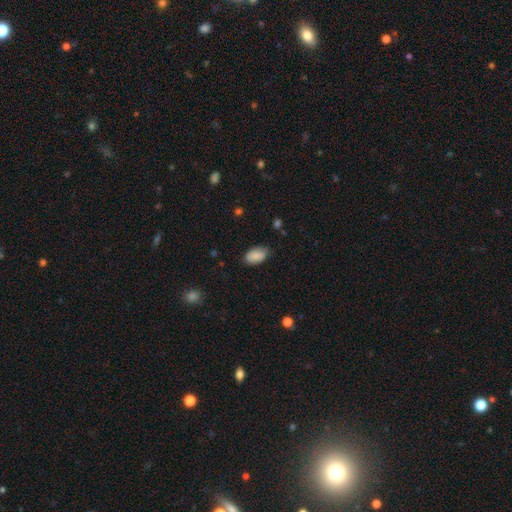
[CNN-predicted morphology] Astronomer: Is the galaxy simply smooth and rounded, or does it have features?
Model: smooth — 88%.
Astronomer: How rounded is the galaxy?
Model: in between — 94%.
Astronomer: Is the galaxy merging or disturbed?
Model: none — 77%.